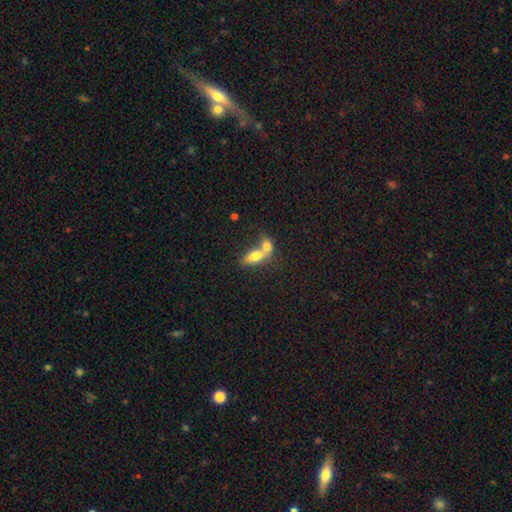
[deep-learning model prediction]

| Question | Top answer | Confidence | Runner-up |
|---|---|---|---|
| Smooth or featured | smooth | 71% | featured or disk (22%) |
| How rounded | in between | 76% | cigar-shaped (18%) |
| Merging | merger | 69% | none (20%) |